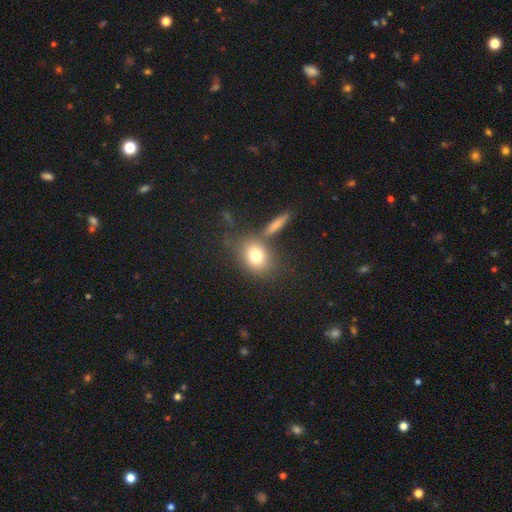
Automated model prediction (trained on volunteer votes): smooth_or_featured: smooth (p=0.77) [alt: featured or disk p=0.13]
how_rounded: round (p=0.49) [tied with: in between p=0.49]
merging: none (p=0.64) [alt: merger p=0.18]